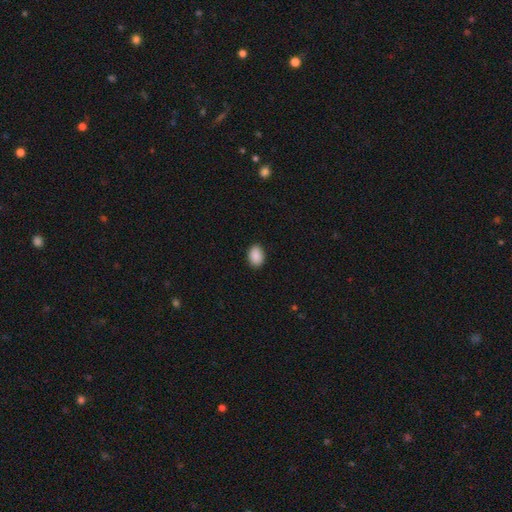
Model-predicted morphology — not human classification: Smooth or featured? smooth (90%)
How rounded? in between (81%)
Merging? none (89%)